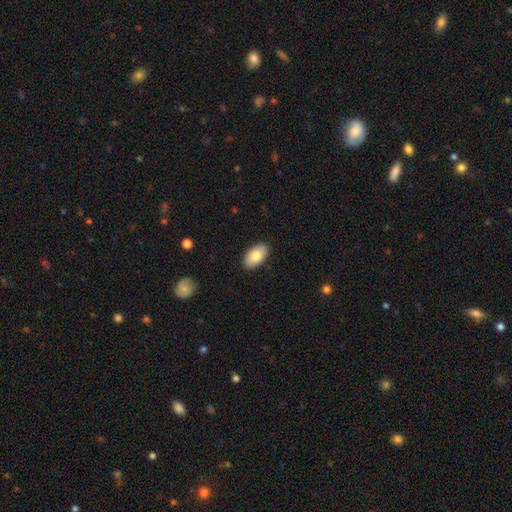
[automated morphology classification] Smooth or featured? Predicted: smooth (p=0.83). How rounded? Predicted: in between (p=0.95). Merging? Predicted: none (p=0.89).